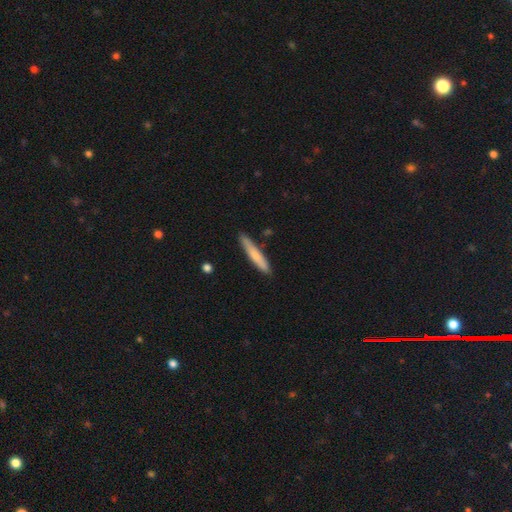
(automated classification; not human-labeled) The model was most divided on "smooth or featured": smooth: 71%, featured or disk: 24%, star or artifact: 5%. More confident: how rounded — cigar-shaped (92%); merging — none (83%).